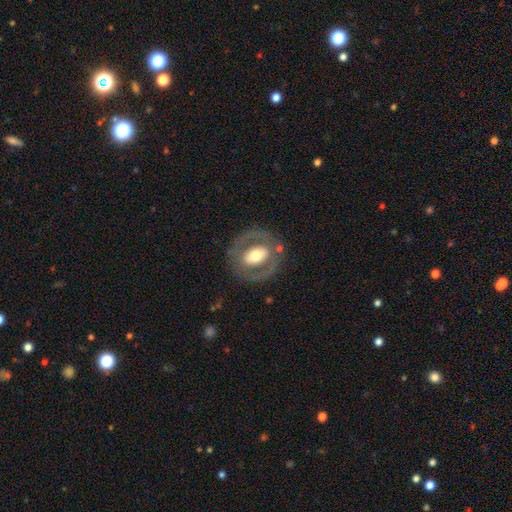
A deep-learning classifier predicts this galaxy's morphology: Smooth or featured?
  - featured or disk: 61% *
  - smooth: 34%
  - star or artifact: 6%
Edge-on disk?
  - no: 93% *
  - yes: 7%
Bar?
  - no: 46% *
  - strong: 28%
  - weak: 26%
Spiral arms?
  - no: 74% *
  - yes: 26%
Bulge size?
  - moderate: 61% *
  - large: 24%
  - small: 11%
  - dominant: 2%
  - none: 1%
Merging?
  - none: 74% *
  - minor disturbance: 13%
  - major disturbance: 10%
  - merger: 3%